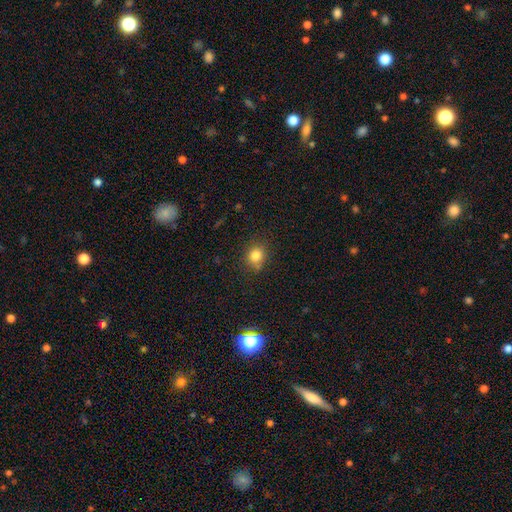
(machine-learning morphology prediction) Smooth or featured: smooth — 81% (star or artifact — 13%)
How rounded: round — 73% (in between — 26%)
Merging: none — 77% (minor disturbance — 15%)